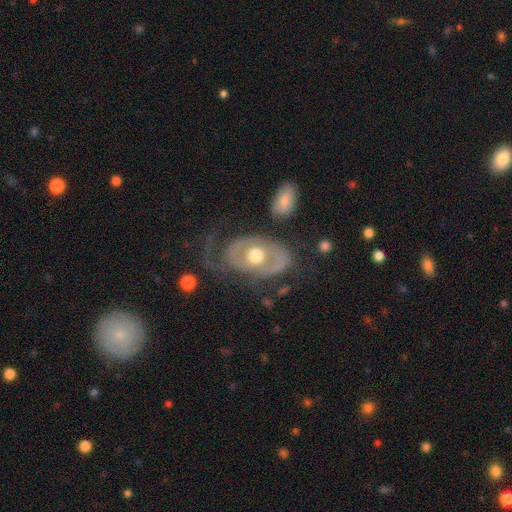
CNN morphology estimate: The model was most divided on "merging": none: 47%, major disturbance: 28%, minor disturbance: 20%, merger: 5%. More confident: edge-on disk — no (95%); bar — no (78%); smooth or featured — featured or disk (76%); bulge size — moderate (74%); spiral arms — yes (65%).